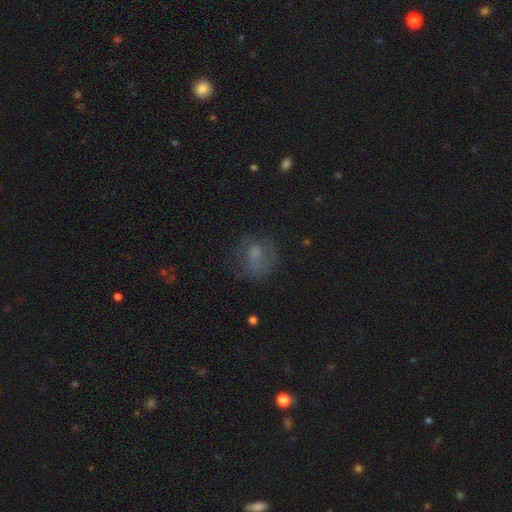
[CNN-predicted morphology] smooth-or-featured: smooth: 52% | featured or disk: 32% | star or artifact: 16%
  how-rounded: round: 66% | in between: 32% | cigar-shaped: 1%
  merging: none: 58% | minor disturbance: 21% | major disturbance: 19% | merger: 2%